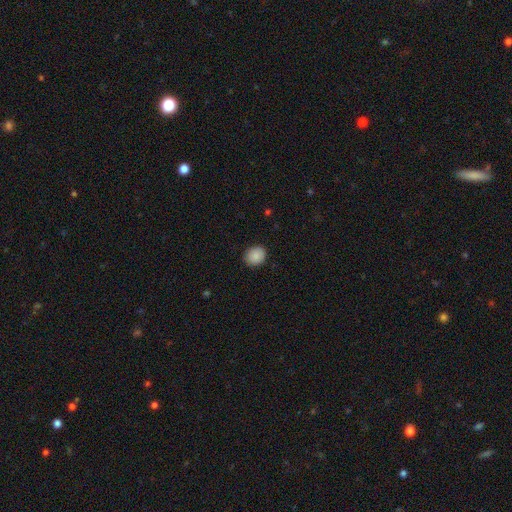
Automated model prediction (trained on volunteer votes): smooth_or_featured: smooth (p=0.89) [alt: star or artifact p=0.08]
how_rounded: round (p=0.60) [alt: in between p=0.39]
merging: none (p=0.88) [alt: minor disturbance p=0.08]